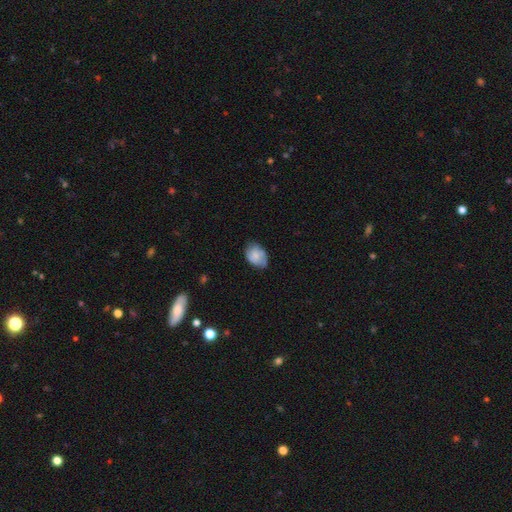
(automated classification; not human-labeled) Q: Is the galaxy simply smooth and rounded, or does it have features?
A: smooth — 66%.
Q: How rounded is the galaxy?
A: in between — 75%.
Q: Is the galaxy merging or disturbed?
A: none — 59%.